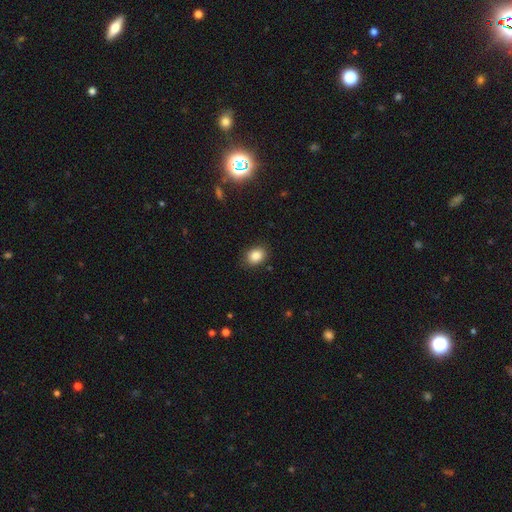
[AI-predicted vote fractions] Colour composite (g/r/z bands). It shows a smooth galaxy with no disk features (86%) that is in between round and cigar-shaped (65%). Merging: none (85%).